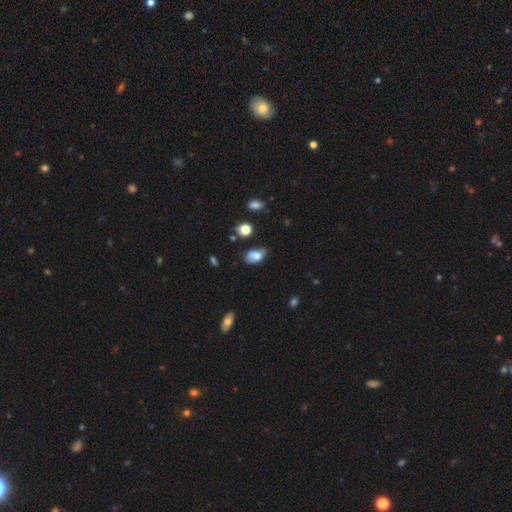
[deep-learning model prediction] The model was most divided on "merging": none: 46%, minor disturbance: 38%, major disturbance: 11%, merger: 6%. More confident: how rounded — in between (88%); smooth or featured — smooth (77%).